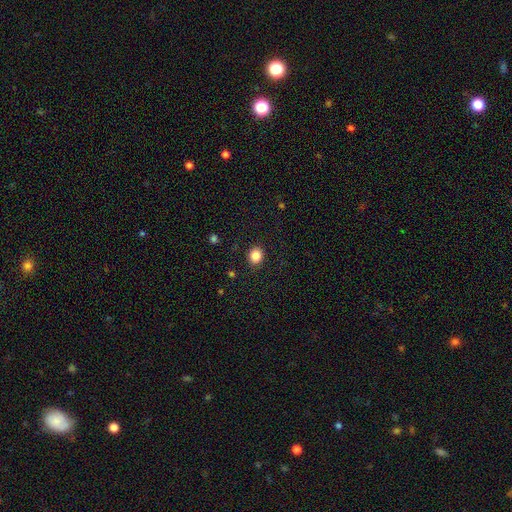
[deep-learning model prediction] Q: Smooth or featured?
A: smooth (85%); runner-up: star or artifact (10%)
Q: How rounded?
A: round (70%); runner-up: in between (29%)
Q: Merging?
A: none (90%); runner-up: minor disturbance (7%)